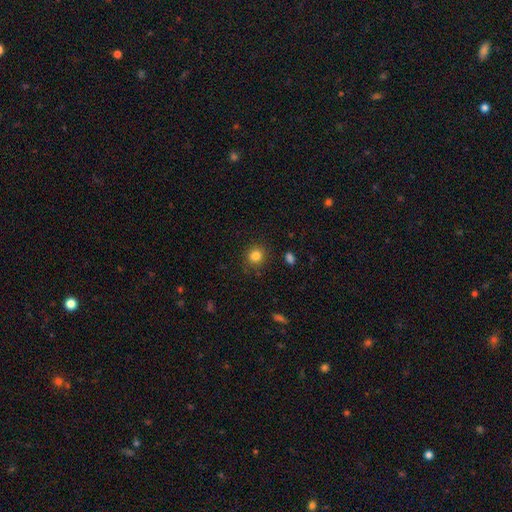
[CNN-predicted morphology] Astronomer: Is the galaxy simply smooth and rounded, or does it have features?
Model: smooth — 83%.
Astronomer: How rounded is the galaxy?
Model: round — 88%.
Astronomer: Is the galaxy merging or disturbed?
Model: none — 87%.